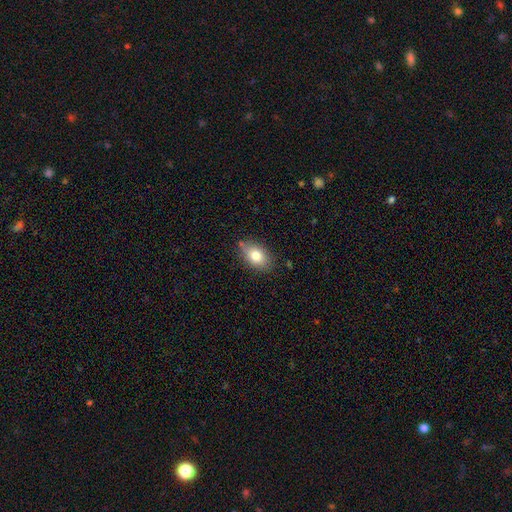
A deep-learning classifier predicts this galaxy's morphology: The model was most divided on "merging": none: 76%, minor disturbance: 18%, major disturbance: 3%, merger: 3%. More confident: how rounded — in between (84%); smooth or featured — smooth (78%).